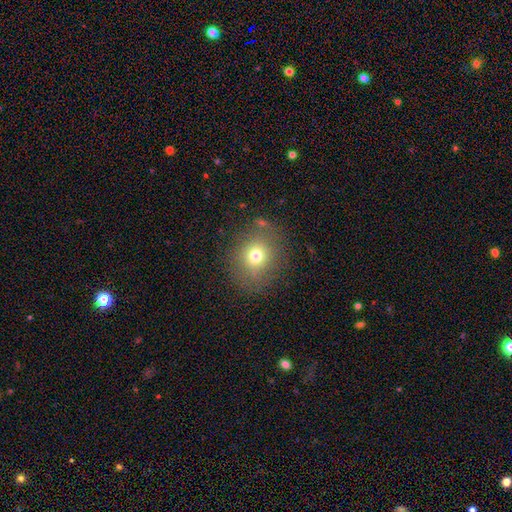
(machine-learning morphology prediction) type=smooth (71%); roundness=round (77%); merging=none (80%).